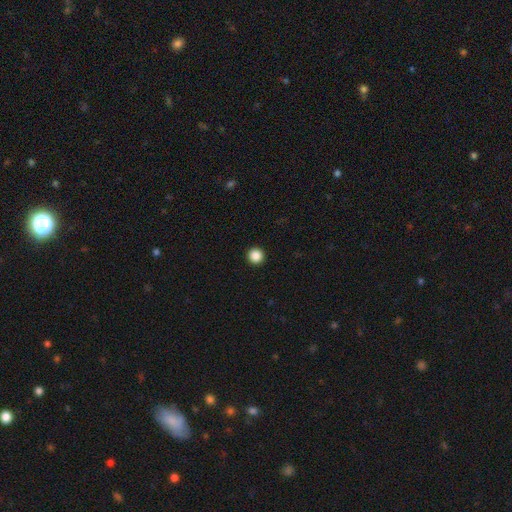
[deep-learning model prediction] Q: Smooth or featured?
A: smooth (87%); runner-up: star or artifact (10%)
Q: How rounded?
A: round (97%); runner-up: in between (3%)
Q: Merging?
A: none (94%); runner-up: minor disturbance (3%)